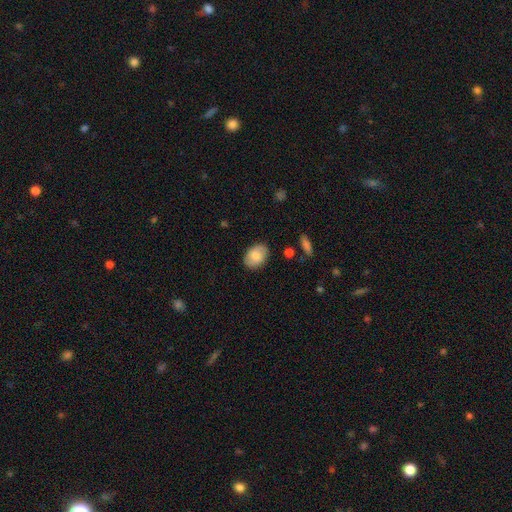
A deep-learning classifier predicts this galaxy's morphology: Smooth or featured? Predicted: smooth (p=0.79). How rounded? Predicted: in between (p=0.80). Merging? Predicted: none (p=0.84).